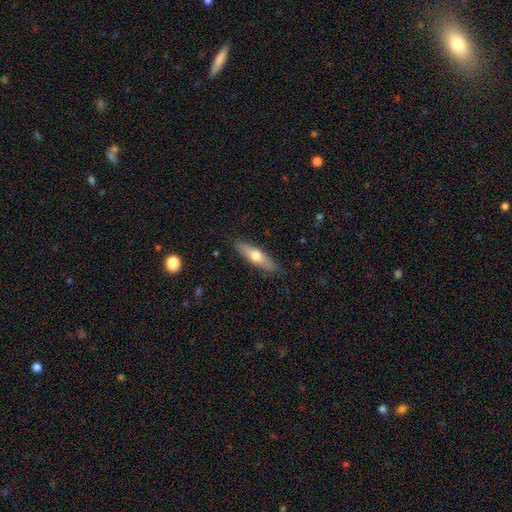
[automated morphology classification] Smooth or featured? smooth (56%)
How rounded? cigar-shaped (62%)
Merging? none (87%)